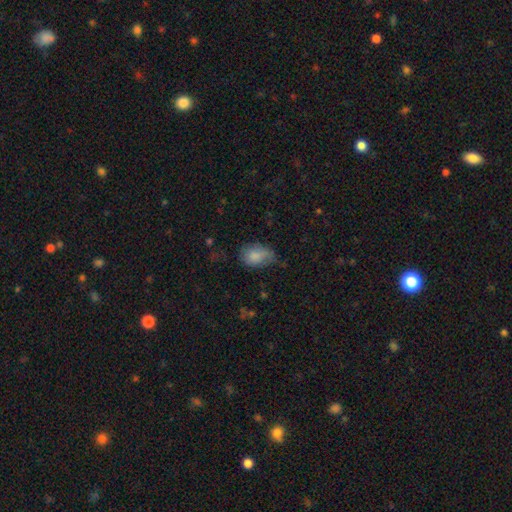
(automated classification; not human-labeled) Overall: smooth (81%). How rounded: in between (83%). Merging: none (44%; minor disturbance 38%).